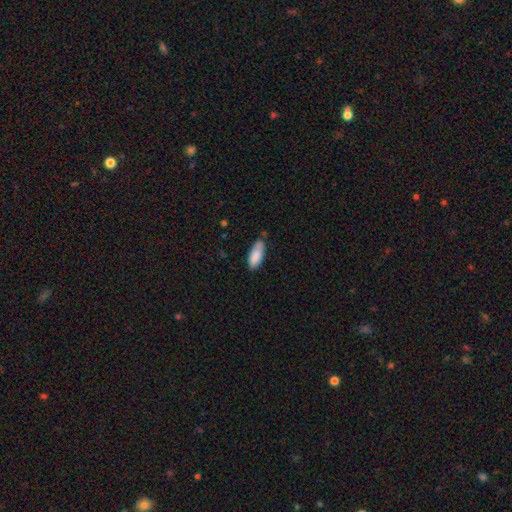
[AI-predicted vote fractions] Smooth or featured?
  - smooth: 85% *
  - featured or disk: 8%
  - star or artifact: 6%
How rounded?
  - in between: 78% *
  - cigar-shaped: 21%
  - round: 2%
Merging?
  - none: 64% *
  - minor disturbance: 27%
  - major disturbance: 4%
  - merger: 4%